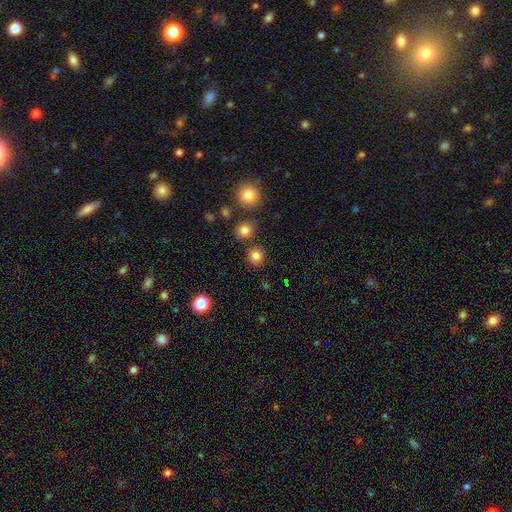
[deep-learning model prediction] smooth_or_featured: smooth (p=0.81) [alt: star or artifact p=0.13]
how_rounded: round (p=0.91) [alt: in between p=0.08]
merging: none (p=0.85) [alt: minor disturbance p=0.06]